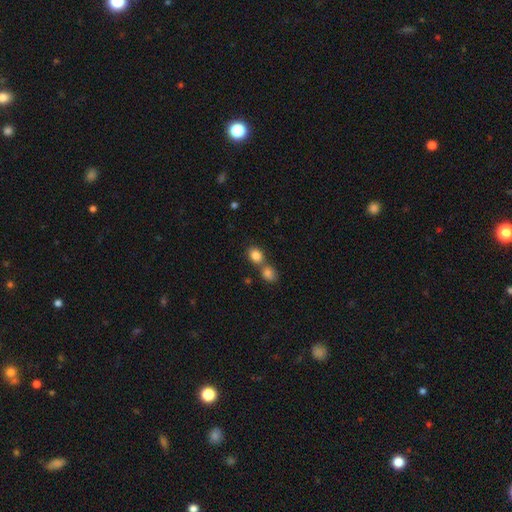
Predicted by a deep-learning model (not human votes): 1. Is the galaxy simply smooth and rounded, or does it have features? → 83% smooth, 10% star or artifact, 7% featured or disk.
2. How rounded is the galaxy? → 60% round, 39% in between, 1% cigar-shaped.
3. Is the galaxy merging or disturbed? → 46% merger, 44% none, 8% minor disturbance, 3% major disturbance.